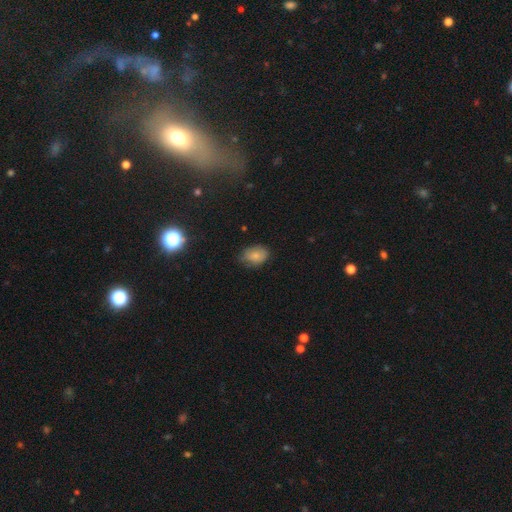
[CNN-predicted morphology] smooth-or-featured: smooth: 77% | featured or disk: 13% | star or artifact: 10%
  how-rounded: in between: 77% | round: 22% | cigar-shaped: 1%
  merging: none: 65% | minor disturbance: 27% | major disturbance: 6% | merger: 1%